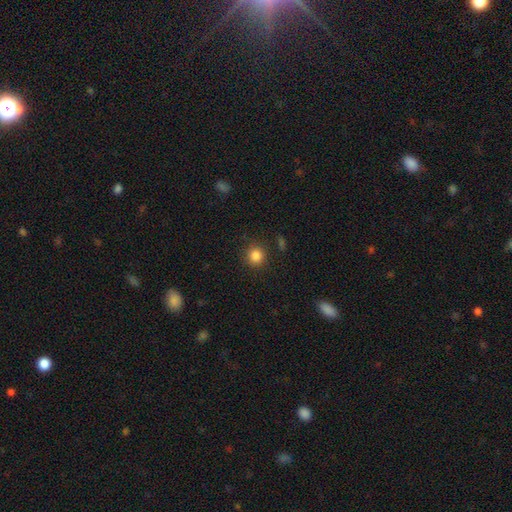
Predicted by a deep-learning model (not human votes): smooth_or_featured: smooth (p=0.84) [alt: star or artifact p=0.12]
how_rounded: round (p=0.92) [alt: in between p=0.07]
merging: none (p=0.88) [alt: minor disturbance p=0.07]